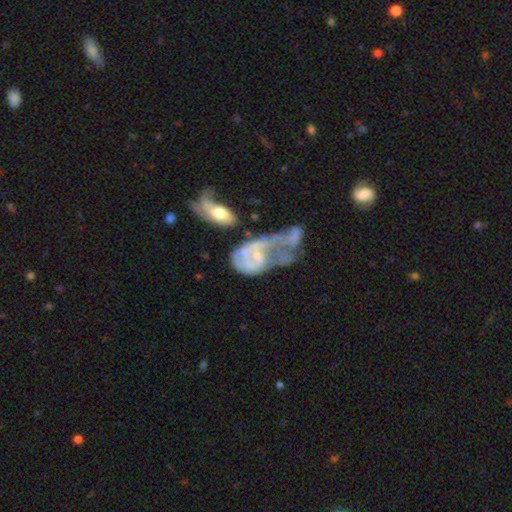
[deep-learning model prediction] Smooth or featured? Predicted: featured or disk (p=0.67). Edge-on disk? Predicted: no (p=0.96). Bar? Predicted: no (p=0.72). Spiral arms? Predicted: no (p=0.56). Bulge size? Predicted: small (p=0.40). Merging? Predicted: merger (p=0.48).